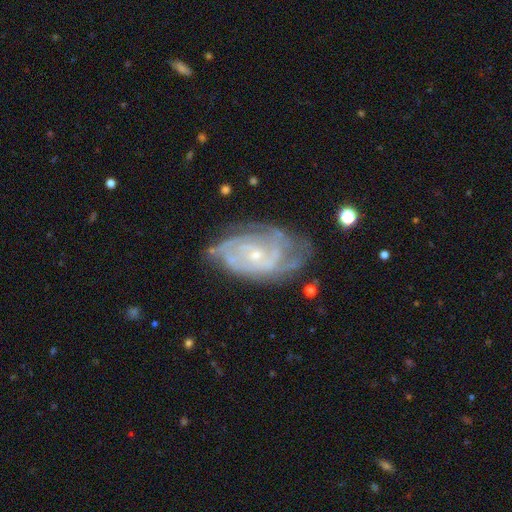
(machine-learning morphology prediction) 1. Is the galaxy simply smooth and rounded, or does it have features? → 84% featured or disk, 10% smooth, 6% star or artifact.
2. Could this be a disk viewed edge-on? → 96% no, 4% yes.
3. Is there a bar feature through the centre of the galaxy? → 72% no, 23% weak, 5% strong.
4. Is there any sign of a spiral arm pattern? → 93% yes, 7% no.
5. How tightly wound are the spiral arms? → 66% tight, 28% medium, 6% loose.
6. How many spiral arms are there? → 38% can't tell, 20% 2, 19% 3, 13% 4, 6% more than 4, 5% 1.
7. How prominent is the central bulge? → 77% small, 19% moderate, 2% none, 1% large, 1% dominant.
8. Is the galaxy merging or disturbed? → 61% none, 25% minor disturbance, 12% major disturbance, 2% merger.